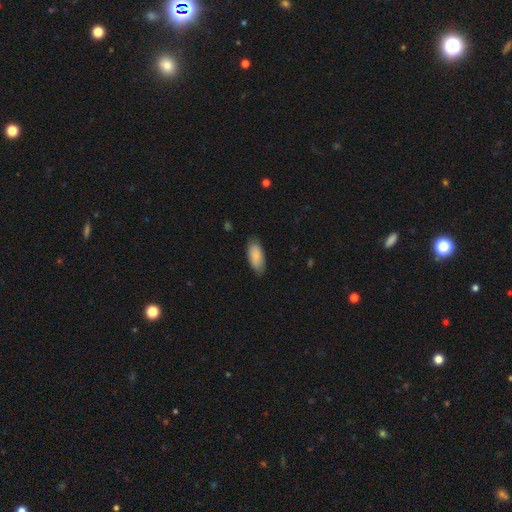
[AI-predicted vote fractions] This is clearly a smooth galaxy (87%). How rounded: clearly in between (87%). Merging: clearly none (81%).